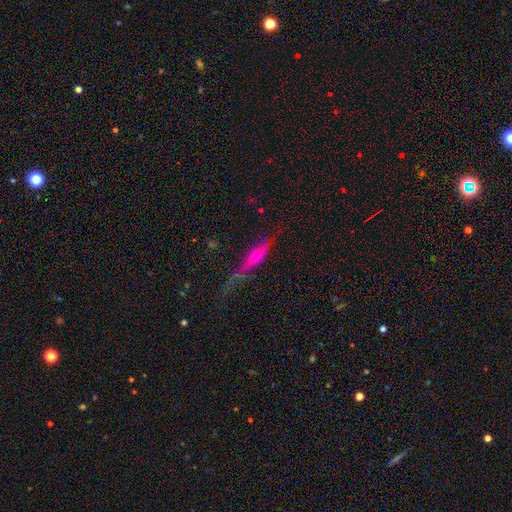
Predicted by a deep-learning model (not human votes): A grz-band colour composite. It shows a featured or disk galaxy (47%). Merging: none (42%).